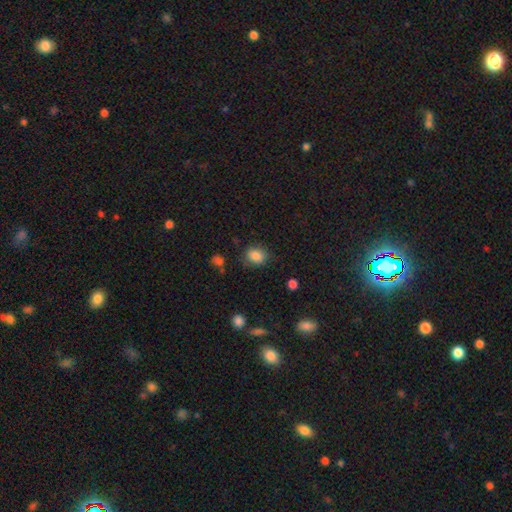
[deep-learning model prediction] smooth_or_featured: smooth (p=0.84) [alt: star or artifact p=0.10]
how_rounded: in between (p=0.50) [alt: round p=0.49]
merging: none (p=0.77) [alt: minor disturbance p=0.16]